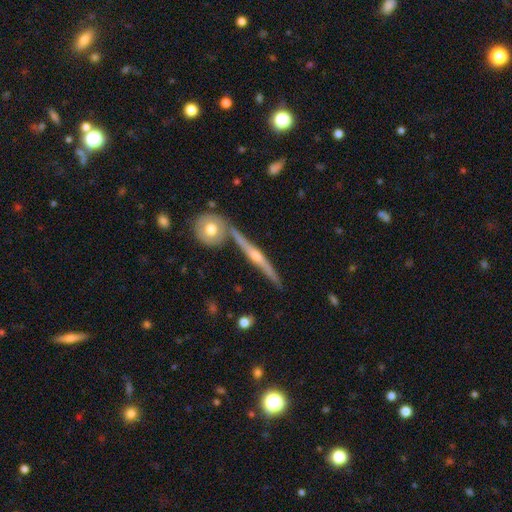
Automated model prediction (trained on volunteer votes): A featured or disk galaxy (80%) viewed edge-on (97%) with a rounded central bulge (86%).

Vote fractions:
- Smooth or featured? featured or disk: 80% / smooth: 15% / star or artifact: 5%
- Edge-on disk? yes: 97% / no: 3%
- Edge-on bulge? rounded: 86% / none: 9% / boxy: 5%
- Merging? none: 79% / minor disturbance: 10% / merger: 8% / major disturbance: 2%